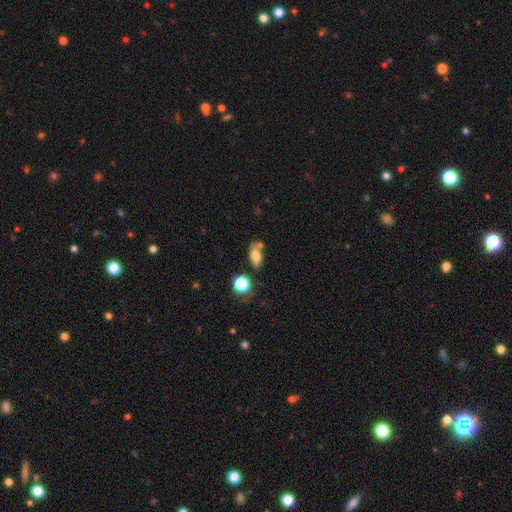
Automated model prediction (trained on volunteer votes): Overall: smooth (73%). How rounded: in between (82%). Merging: none (52%; merger 20%).